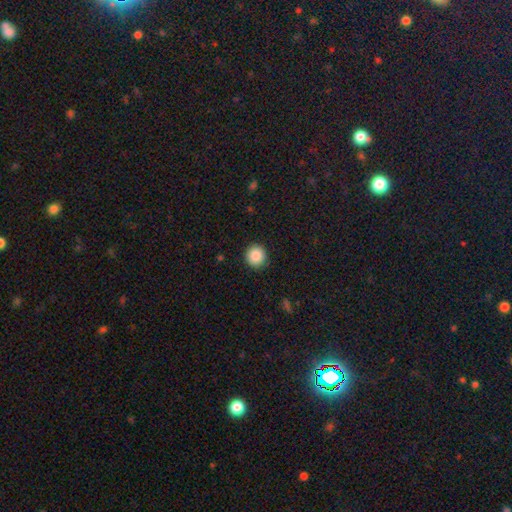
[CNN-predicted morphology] type=smooth (88%); roundness=round (94%); merging=none (91%).